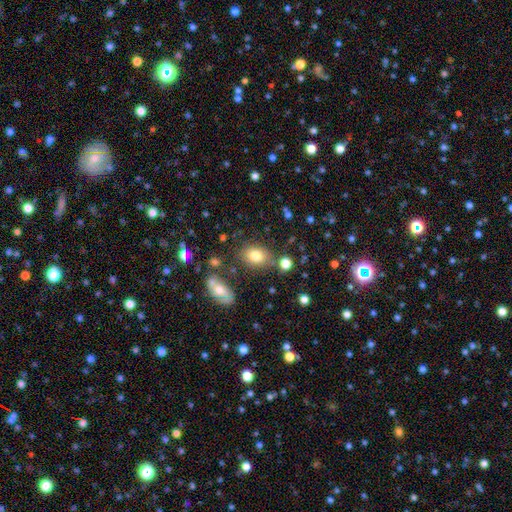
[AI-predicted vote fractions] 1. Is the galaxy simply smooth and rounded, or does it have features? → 77% smooth, 12% star or artifact, 11% featured or disk.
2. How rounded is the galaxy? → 67% in between, 32% round, 1% cigar-shaped.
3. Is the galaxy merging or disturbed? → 75% none, 14% minor disturbance, 7% merger, 4% major disturbance.